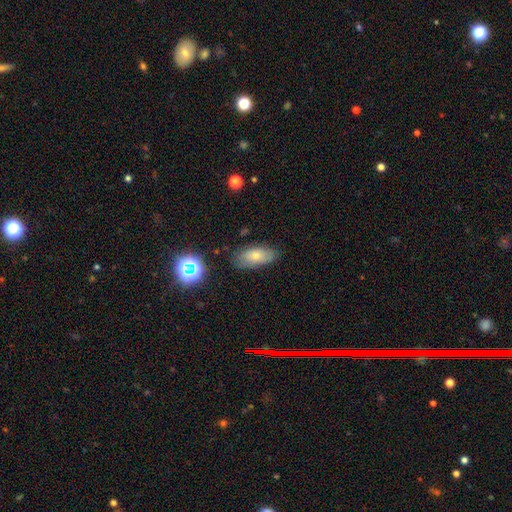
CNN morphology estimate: This is likely a smooth galaxy (68%). How rounded: clearly in between (88%). Merging: likely none (75%).